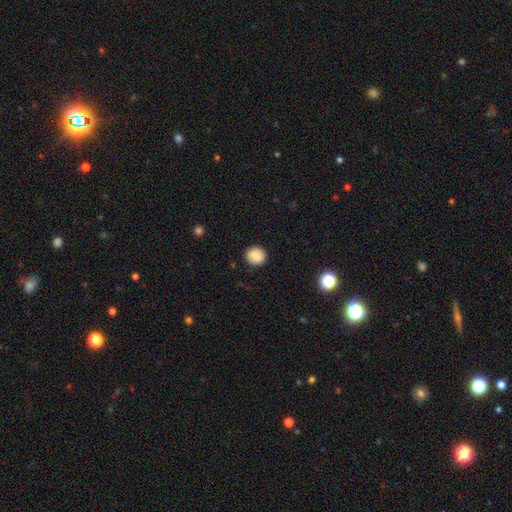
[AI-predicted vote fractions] Smooth or featured: smooth — 83% (star or artifact — 9%)
How rounded: round — 84% (in between — 15%)
Merging: none — 89% (minor disturbance — 7%)